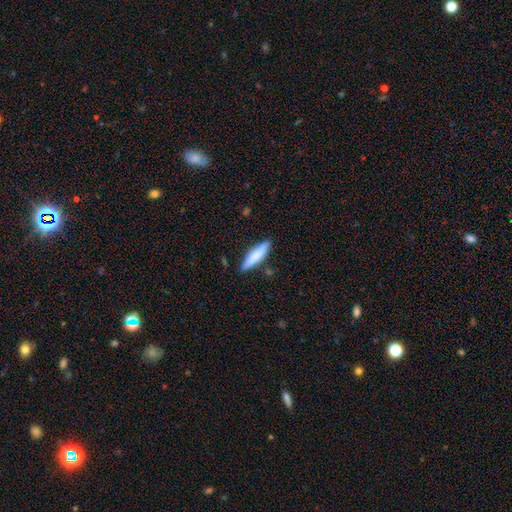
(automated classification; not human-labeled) A smooth galaxy with no disk features (78%) that is cigar-shaped (74%). Merging: none (85%).